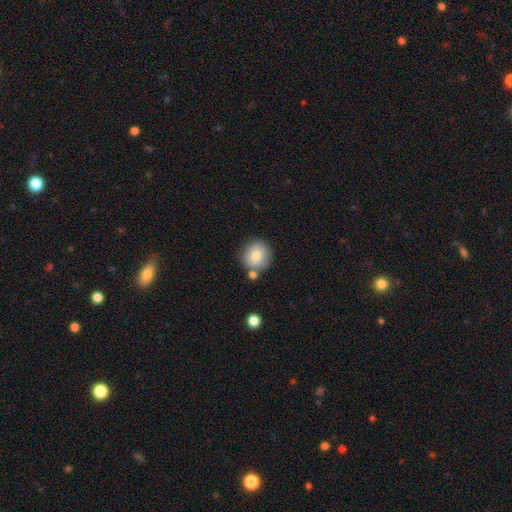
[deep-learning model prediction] smooth 79%, featured or disk 12%, star or artifact 9%. Down the decision tree: how rounded — round (91%); merging — none (74%).